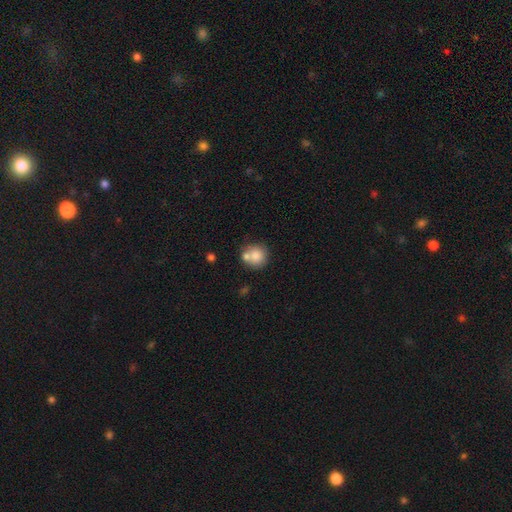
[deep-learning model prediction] A smooth galaxy with no disk features (79%) that is round (88%). Merging: none (53%).